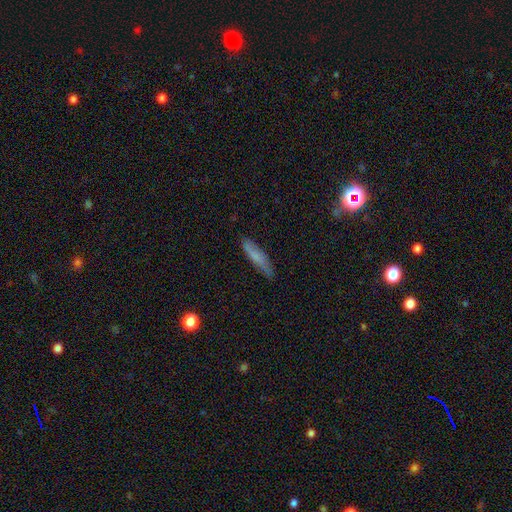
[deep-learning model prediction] Q: Smooth or featured?
A: smooth (67%); runner-up: featured or disk (25%)
Q: How rounded?
A: cigar-shaped (83%); runner-up: in between (15%)
Q: Merging?
A: none (78%); runner-up: minor disturbance (18%)